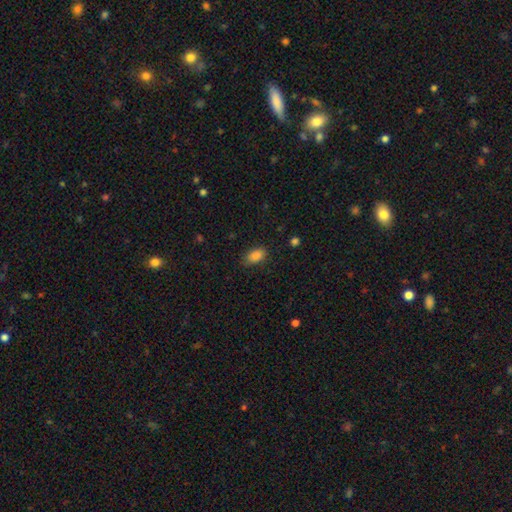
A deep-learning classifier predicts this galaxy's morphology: A smooth galaxy with no disk features (87%) that is in between round and cigar-shaped (91%).

Vote fractions:
- Smooth or featured? smooth: 87% / star or artifact: 9% / featured or disk: 4%
- How rounded? in between: 91% / round: 7% / cigar-shaped: 3%
- Merging? none: 81% / minor disturbance: 14% / major disturbance: 3% / merger: 1%